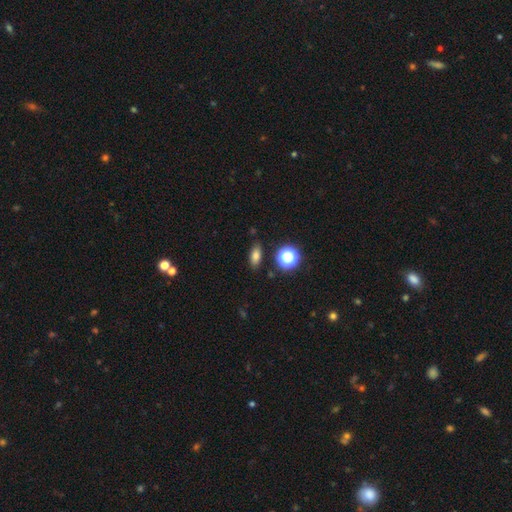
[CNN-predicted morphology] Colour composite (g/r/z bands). It shows a smooth galaxy with no disk features (76%) that is in between round and cigar-shaped (77%). Merging: none (83%).